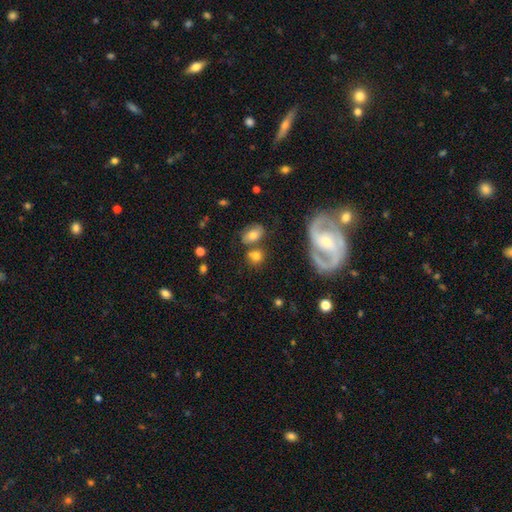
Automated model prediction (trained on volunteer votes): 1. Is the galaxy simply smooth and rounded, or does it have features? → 68% smooth, 20% featured or disk, 12% star or artifact.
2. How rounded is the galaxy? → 53% round, 45% in between, 3% cigar-shaped.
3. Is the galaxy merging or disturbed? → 58% none, 21% merger, 14% minor disturbance, 7% major disturbance.